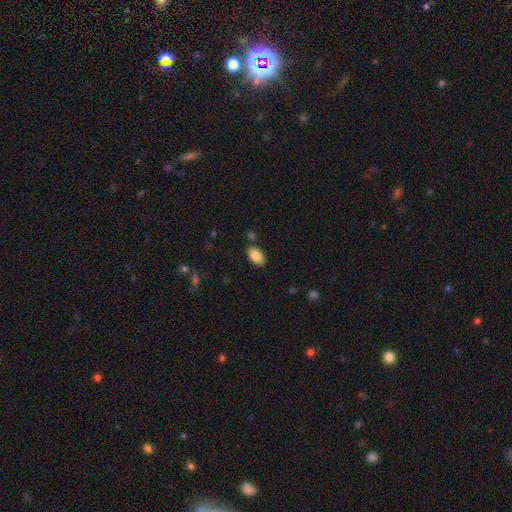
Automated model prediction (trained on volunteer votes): smooth 85%, featured or disk 8%, star or artifact 7%. Down the decision tree: how rounded — in between (94%); merging — none (81%).